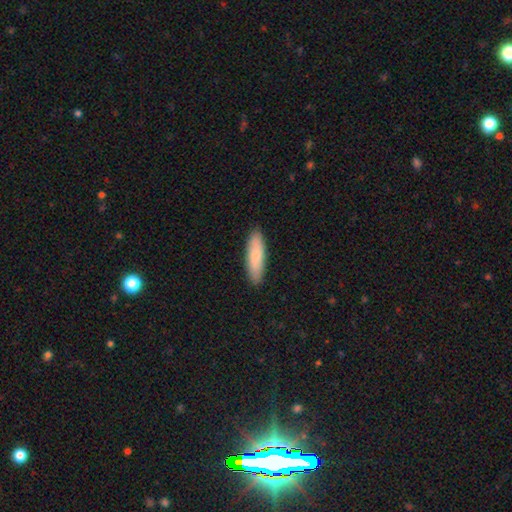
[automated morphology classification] Smooth or featured: smooth — 80% (featured or disk — 14%)
How rounded: cigar-shaped — 62% (in between — 37%)
Merging: none — 90% (minor disturbance — 8%)